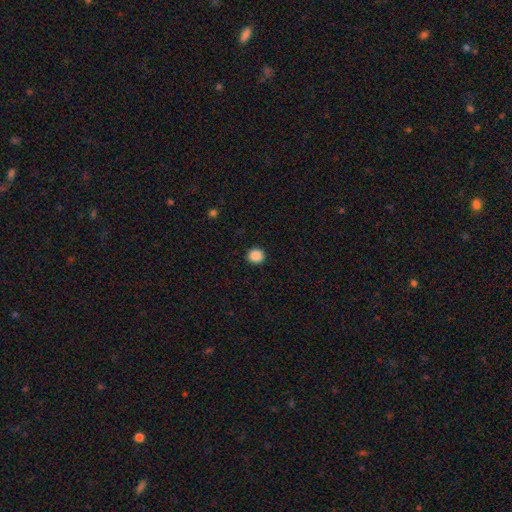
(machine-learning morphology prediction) smooth-or-featured: smooth: 89% | star or artifact: 9% | featured or disk: 2%
  how-rounded: round: 91% | in between: 8% | cigar-shaped: 1%
  merging: none: 92% | minor disturbance: 5% | major disturbance: 2% | merger: 1%